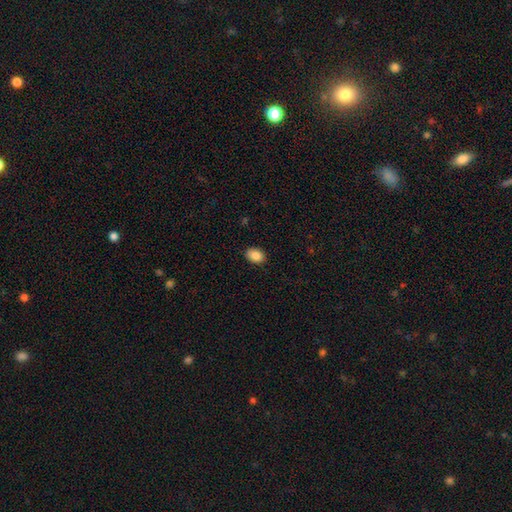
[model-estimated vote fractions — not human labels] smooth 87%, star or artifact 8%, featured or disk 6%. Down the decision tree: how rounded — in between (76%); merging — none (88%).